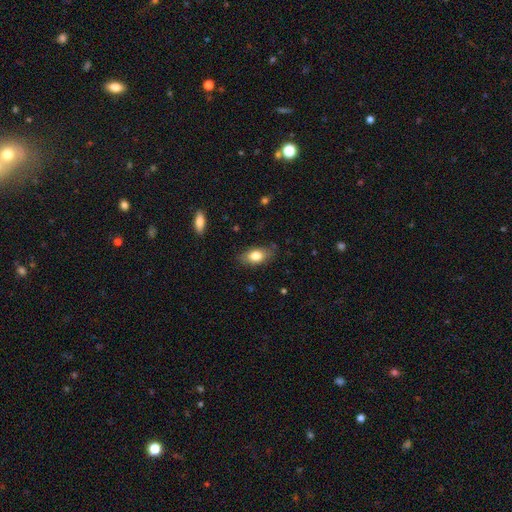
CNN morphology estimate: The model was most divided on "smooth or featured": smooth: 79%, featured or disk: 14%, star or artifact: 7%. More confident: how rounded — in between (88%); merging — none (80%).